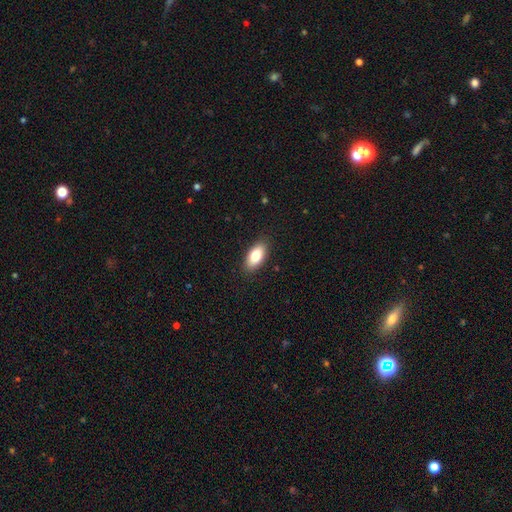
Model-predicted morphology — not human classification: Smooth or featured: smooth — 81% (featured or disk — 12%)
How rounded: in between — 91% (cigar-shaped — 6%)
Merging: none — 88% (minor disturbance — 9%)